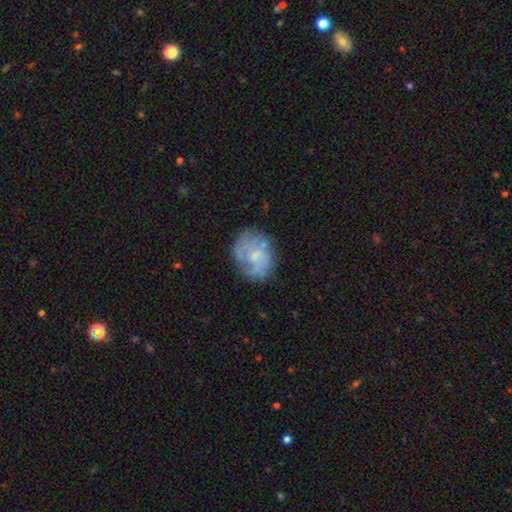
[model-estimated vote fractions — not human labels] This appears to be a featured or disk galaxy (54%) with no bar (68%), spiral arms (58%) and a small central bulge (52%). Merging: none (61%).